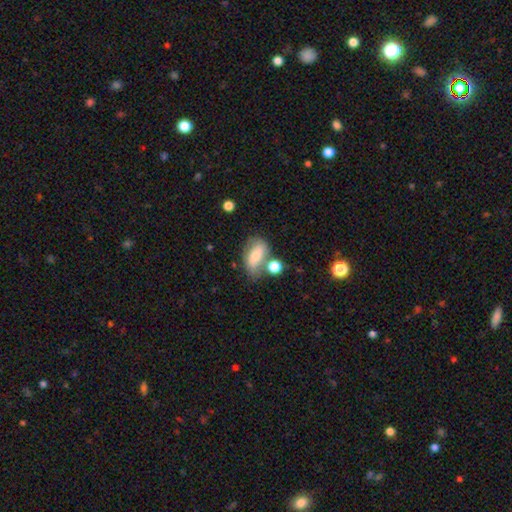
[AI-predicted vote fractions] Smooth or featured? Predicted: smooth (p=0.62). How rounded? Predicted: in between (p=0.84). Merging? Predicted: none (p=0.51).